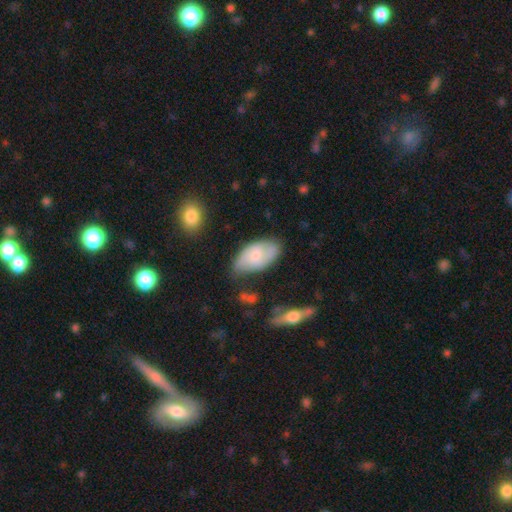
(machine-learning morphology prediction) Smooth or featured?
  - smooth: 47% *
  - featured or disk: 46%
  - star or artifact: 7%
Merging?
  - none: 66% *
  - minor disturbance: 24%
  - major disturbance: 6%
  - merger: 4%